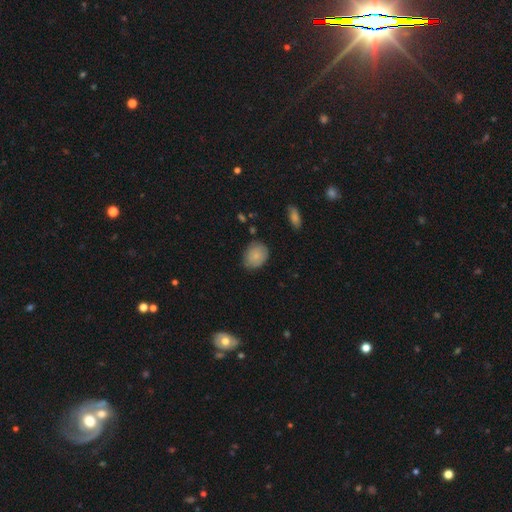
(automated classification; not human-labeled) A smooth galaxy with no disk features (80%) that is round (52%).

Vote fractions:
- Smooth or featured? smooth: 80% / featured or disk: 13% / star or artifact: 7%
- How rounded? round: 52% / in between: 47% / cigar-shaped: 1%
- Merging? none: 74% / minor disturbance: 20% / major disturbance: 4% / merger: 2%